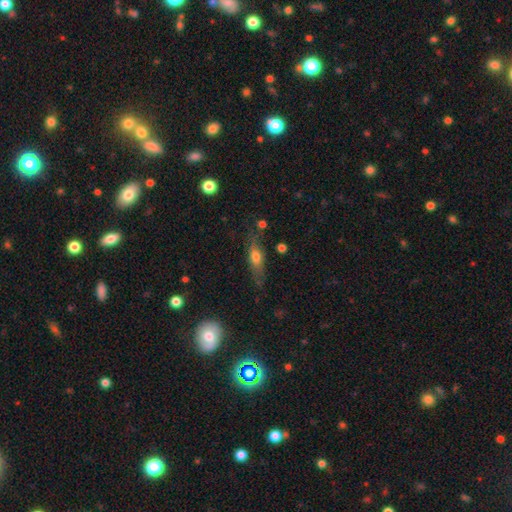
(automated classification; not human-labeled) This appears to be a smooth galaxy with no disk features (56%) that is in between round and cigar-shaped (47%, tied with cigar-shaped). Merging: none (67%).